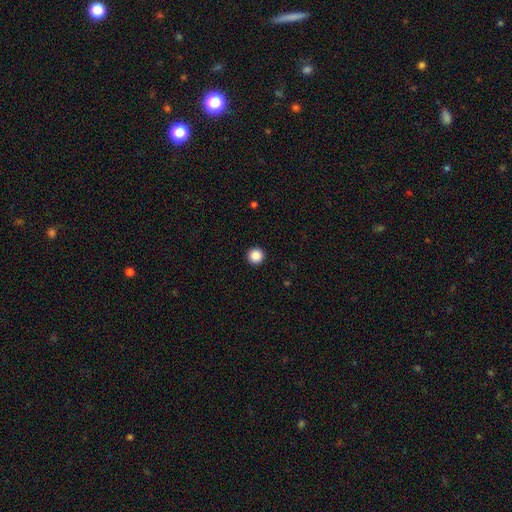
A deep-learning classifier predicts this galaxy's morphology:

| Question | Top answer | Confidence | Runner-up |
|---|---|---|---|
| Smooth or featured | smooth | 88% | star or artifact (10%) |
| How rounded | round | 97% | in between (2%) |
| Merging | none | 94% | minor disturbance (4%) |